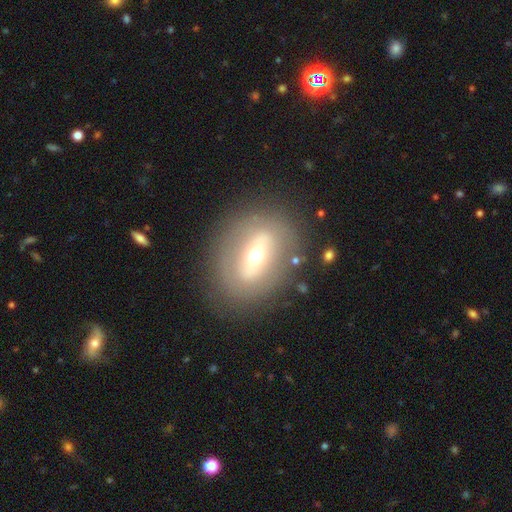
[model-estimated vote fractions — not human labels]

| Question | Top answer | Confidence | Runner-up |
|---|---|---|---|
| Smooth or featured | featured or disk | 60% | smooth (31%) |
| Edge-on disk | no | 83% | yes (17%) |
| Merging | none | 82% | minor disturbance (11%) |